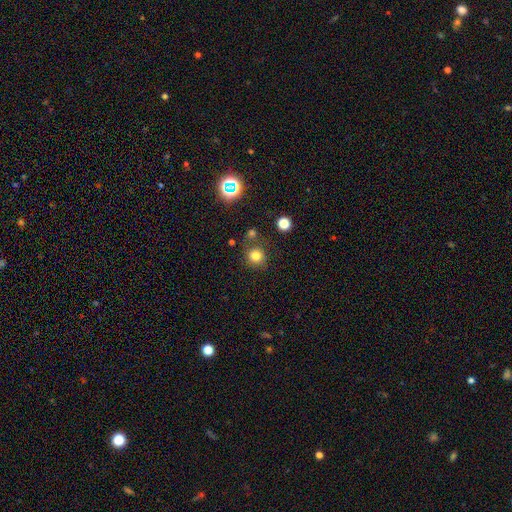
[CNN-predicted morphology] smooth_or_featured: smooth (p=0.79) [alt: star or artifact p=0.15]
how_rounded: round (p=0.90) [alt: in between p=0.09]
merging: none (p=0.75) [alt: minor disturbance p=0.11]